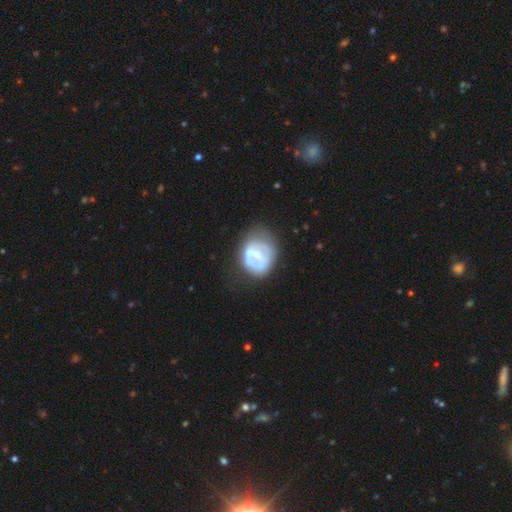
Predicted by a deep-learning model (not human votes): Smooth or featured? featured or disk (58%)
Edge-on disk? no (97%)
Bar? weak (38%)
Spiral arms? no (75%)
Bulge size? moderate (45%)
Merging? none (41%)